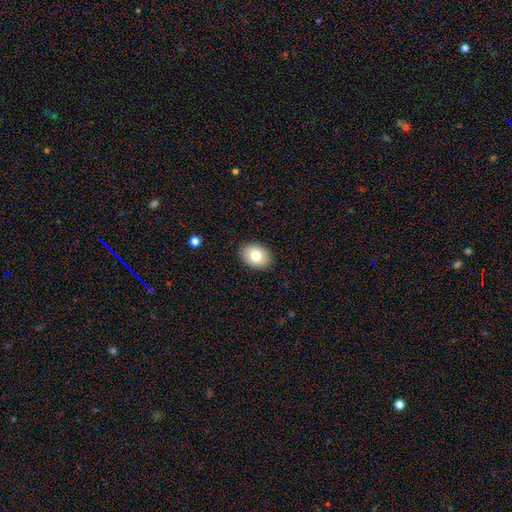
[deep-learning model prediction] Smooth or featured?
  - smooth: 80% *
  - featured or disk: 12%
  - star or artifact: 8%
How rounded?
  - in between: 72% *
  - round: 27%
  - cigar-shaped: 1%
Merging?
  - none: 89% *
  - minor disturbance: 8%
  - major disturbance: 2%
  - merger: 1%